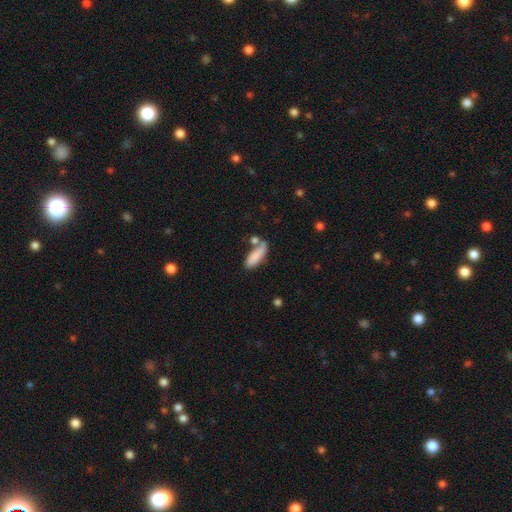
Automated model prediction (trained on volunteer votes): Smooth or featured? Predicted: smooth (p=0.83). How rounded? Predicted: in between (p=0.51). Merging? Predicted: none (p=0.57).